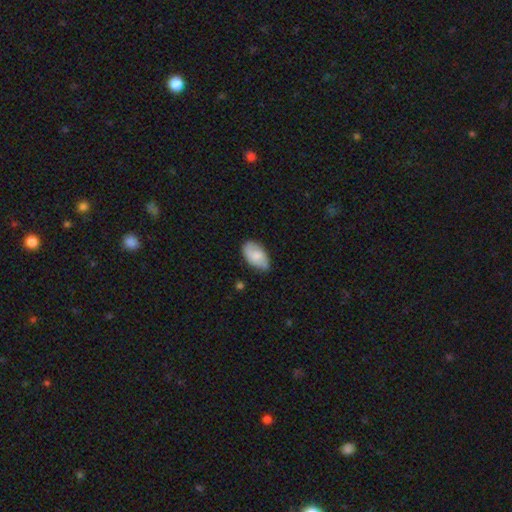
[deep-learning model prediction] Smooth or featured? Predicted: smooth (p=0.70). How rounded? Predicted: in between (p=0.94). Merging? Predicted: none (p=0.69).